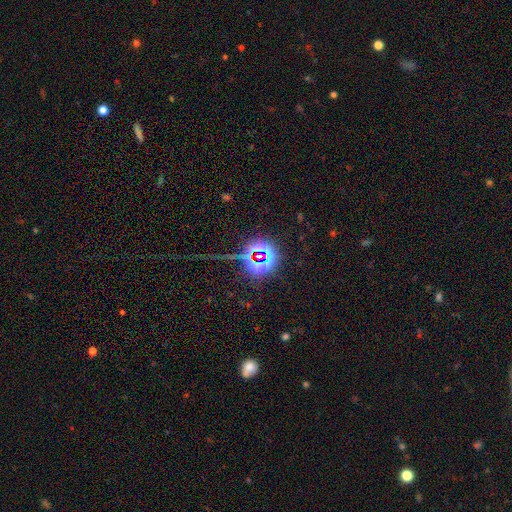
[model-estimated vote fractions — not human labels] smooth_or_featured: star or artifact (p=0.78) [alt: smooth p=0.13]